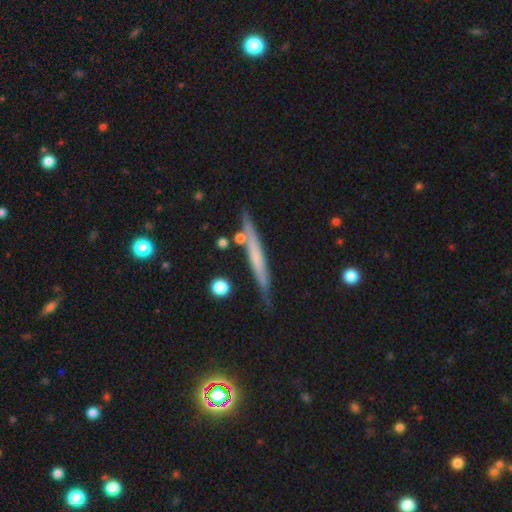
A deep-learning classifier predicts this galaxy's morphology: featured or disk 51%, smooth 42%, star or artifact 7%. Down the decision tree: edge-on disk — yes (94%); merging — none (79%).